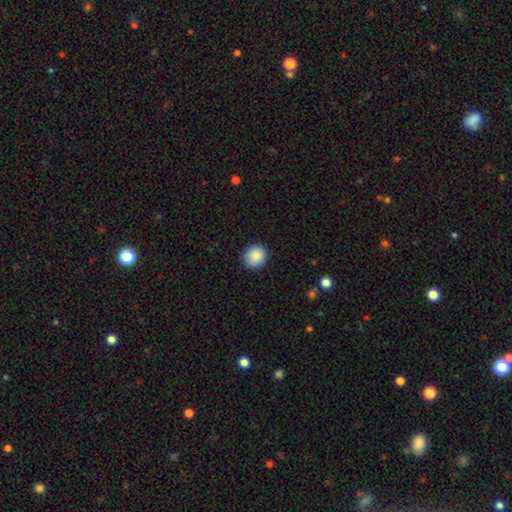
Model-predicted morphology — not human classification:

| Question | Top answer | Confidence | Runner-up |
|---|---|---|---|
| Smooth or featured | smooth | 88% | star or artifact (8%) |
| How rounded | round | 87% | in between (12%) |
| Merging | none | 89% | minor disturbance (9%) |